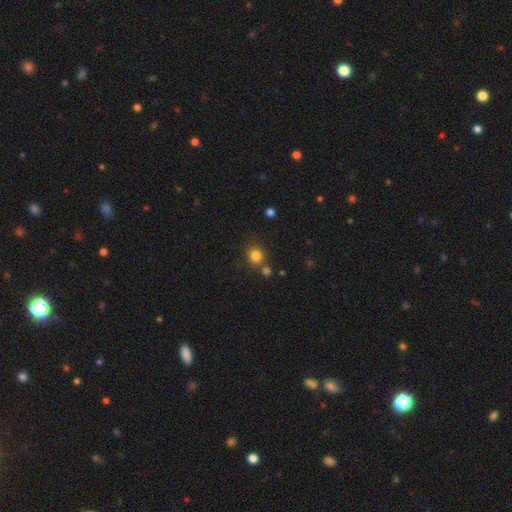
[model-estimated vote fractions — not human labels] A smooth galaxy with no disk features (82%) that is round (85%).

Vote fractions:
- Smooth or featured? smooth: 82% / star or artifact: 13% / featured or disk: 5%
- How rounded? round: 85% / in between: 14% / cigar-shaped: 1%
- Merging? none: 73% / merger: 14% / minor disturbance: 10% / major disturbance: 3%